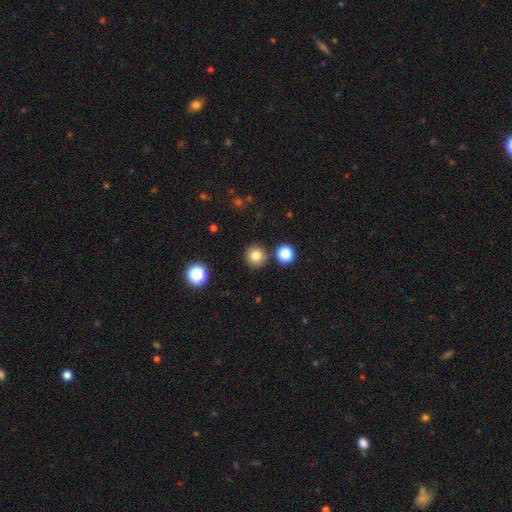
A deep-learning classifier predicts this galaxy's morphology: A smooth galaxy with no disk features (79%) that is round (94%). Merging: none (84%).